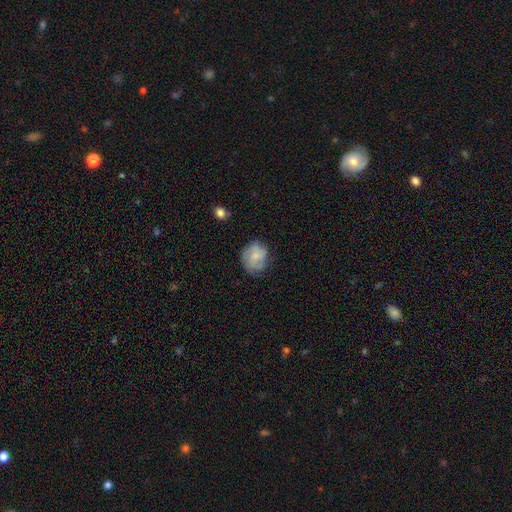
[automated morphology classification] The model was most divided on "smooth or featured": smooth: 48%, featured or disk: 44%, star or artifact: 8%. More confident: merging — none (68%).